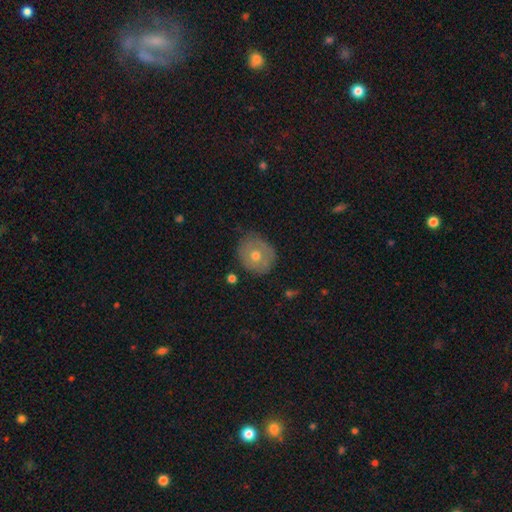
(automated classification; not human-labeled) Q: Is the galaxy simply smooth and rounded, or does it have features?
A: smooth — 54%.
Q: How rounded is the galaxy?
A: round — 77%.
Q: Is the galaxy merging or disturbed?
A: none — 76%.